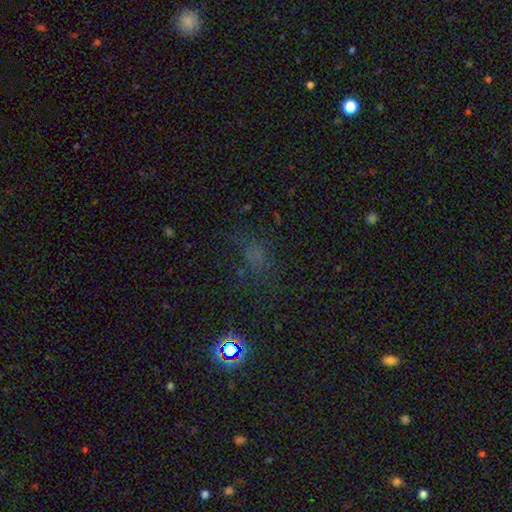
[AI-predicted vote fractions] smooth 45%, star or artifact 39%, featured or disk 16%. Down the decision tree: merging — none (57%).